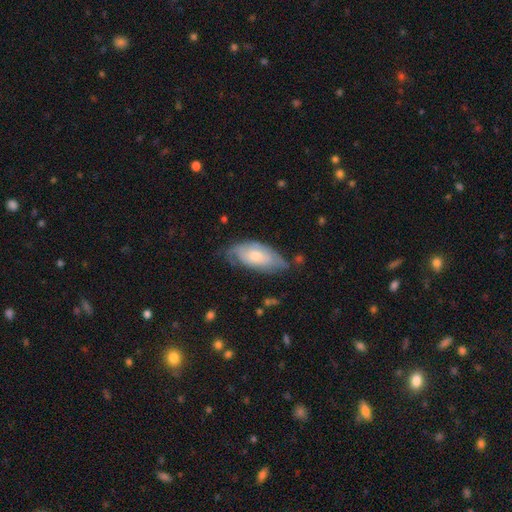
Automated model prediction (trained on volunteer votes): A featured or disk galaxy (48%). Merging: none (55%).